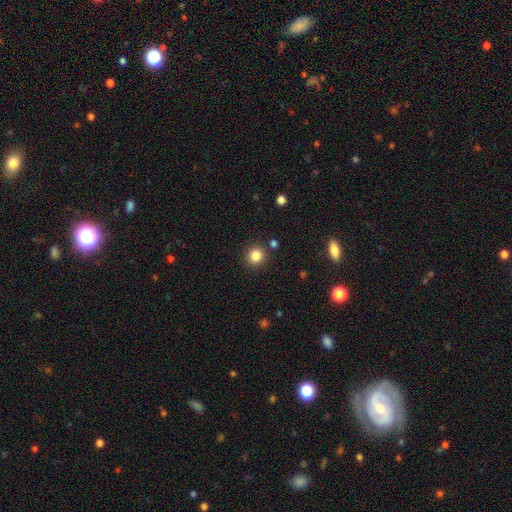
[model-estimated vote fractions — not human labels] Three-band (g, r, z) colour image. It shows a smooth galaxy with no disk features (84%) that is round (91%). Merging: none (88%).